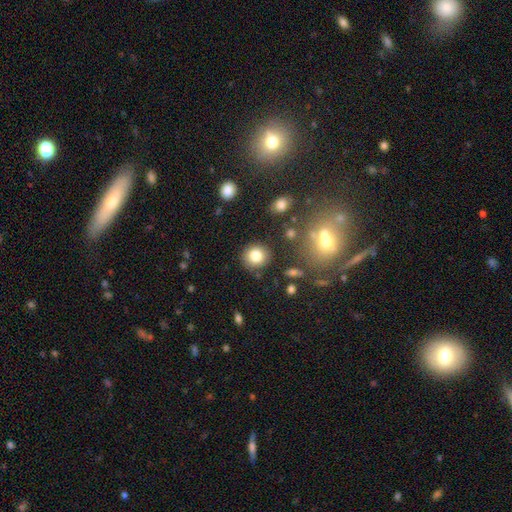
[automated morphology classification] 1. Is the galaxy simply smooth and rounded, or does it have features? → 81% smooth, 10% star or artifact, 9% featured or disk.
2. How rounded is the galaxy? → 86% round, 13% in between, 1% cigar-shaped.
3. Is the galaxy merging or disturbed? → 86% none, 8% minor disturbance, 3% merger, 3% major disturbance.